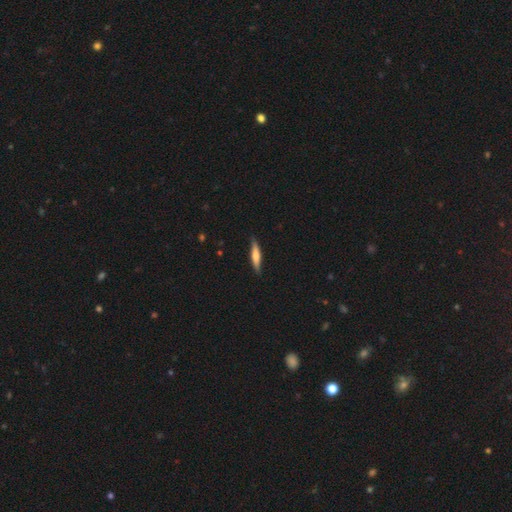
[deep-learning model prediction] smooth 57%, featured or disk 38%, star or artifact 5%. Down the decision tree: how rounded — cigar-shaped (85%); merging — none (85%).